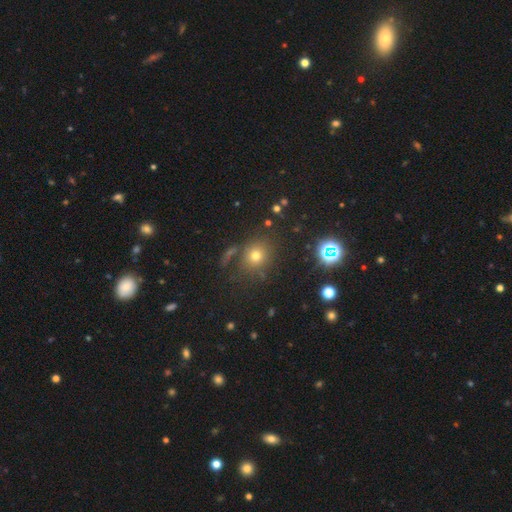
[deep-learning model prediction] Smooth or featured?
  - smooth: 66% *
  - star or artifact: 23%
  - featured or disk: 10%
How rounded?
  - round: 79% *
  - in between: 20%
  - cigar-shaped: 1%
Merging?
  - none: 76% *
  - minor disturbance: 11%
  - major disturbance: 6%
  - merger: 6%